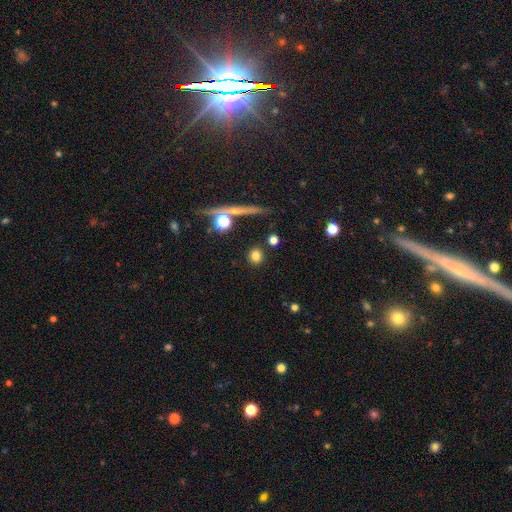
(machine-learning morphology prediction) A smooth galaxy with no disk features (76%) that is round (88%). Merging: none (86%).